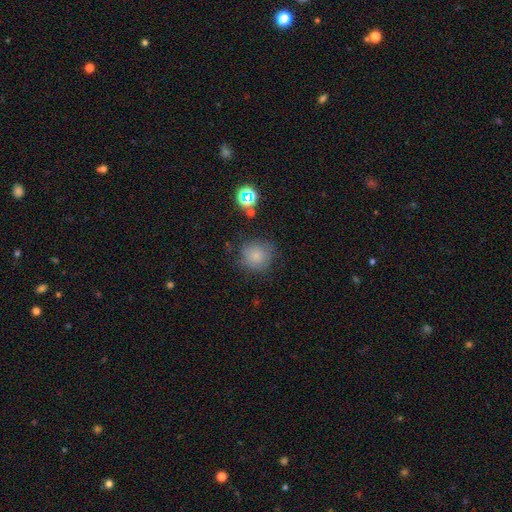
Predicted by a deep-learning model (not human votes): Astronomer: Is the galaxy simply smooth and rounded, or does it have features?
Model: smooth — 78%.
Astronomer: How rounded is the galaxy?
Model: round — 89%.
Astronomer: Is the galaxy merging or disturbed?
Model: none — 72%.